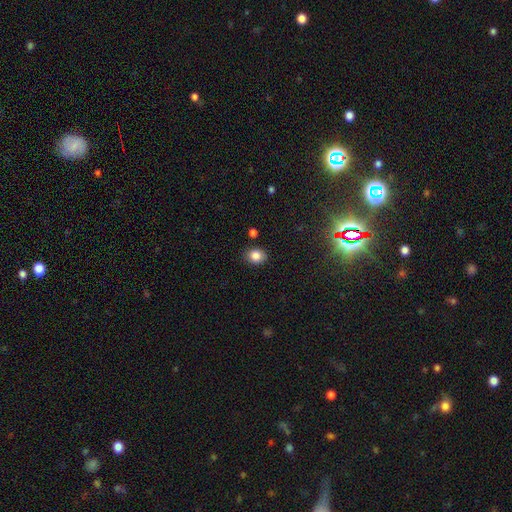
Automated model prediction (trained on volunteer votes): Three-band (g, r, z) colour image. It shows a smooth galaxy with no disk features (84%) that is round (52%). Merging: none (83%).